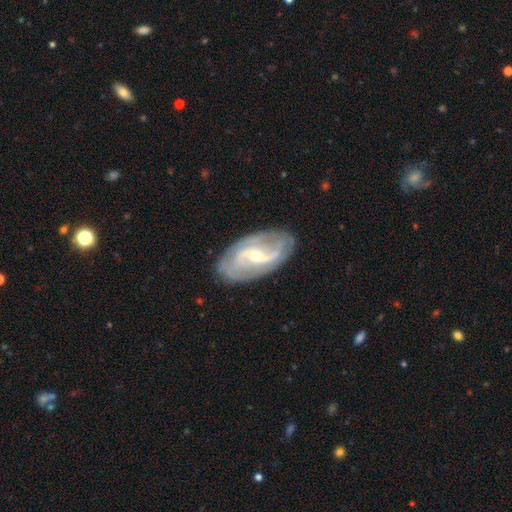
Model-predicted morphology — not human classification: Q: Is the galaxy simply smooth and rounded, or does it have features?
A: featured or disk — 88%.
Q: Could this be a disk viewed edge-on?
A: no — 95%.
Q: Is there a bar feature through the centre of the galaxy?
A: weak — 43%.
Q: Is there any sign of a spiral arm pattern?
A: yes — 94%.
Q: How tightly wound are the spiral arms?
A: medium — 43%.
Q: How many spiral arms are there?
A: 2 — 71%.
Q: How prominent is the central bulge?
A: small — 62%.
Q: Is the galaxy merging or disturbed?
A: none — 80%.